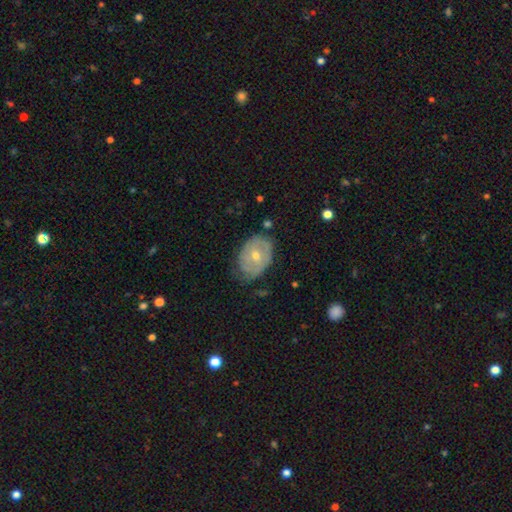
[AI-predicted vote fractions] This is likely a featured or disk galaxy (64%). It is clearly not viewed edge-on (95%). Bar: likely no (73%). Spiral arm pattern: likely yes (64%). Central bulge: possibly moderate (55%). Merging: likely none (61%).